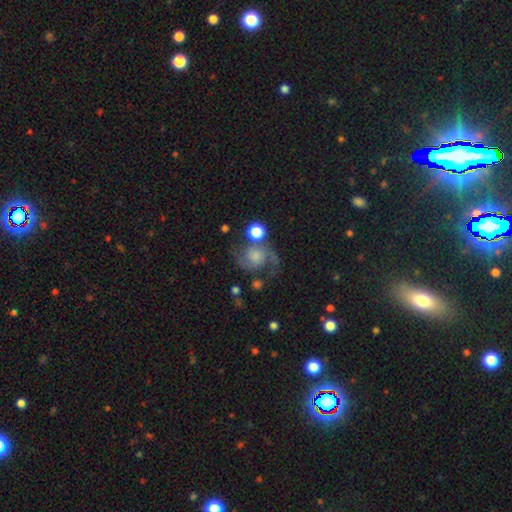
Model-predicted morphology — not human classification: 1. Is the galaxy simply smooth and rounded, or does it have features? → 69% featured or disk, 22% smooth, 9% star or artifact.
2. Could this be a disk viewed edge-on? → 98% no, 2% yes.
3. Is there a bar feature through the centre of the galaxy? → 72% no, 24% weak, 4% strong.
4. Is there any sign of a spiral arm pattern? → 94% yes, 6% no.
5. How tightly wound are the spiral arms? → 47% medium, 38% loose, 15% tight.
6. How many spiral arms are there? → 89% 2, 4% can't tell, 3% 1, 2% 3, 1% 4, 1% more than 4.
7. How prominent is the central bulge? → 30% small, 25% none, 25% moderate, 16% large, 4% dominant.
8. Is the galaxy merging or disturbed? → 53% none, 20% minor disturbance, 16% major disturbance, 11% merger.